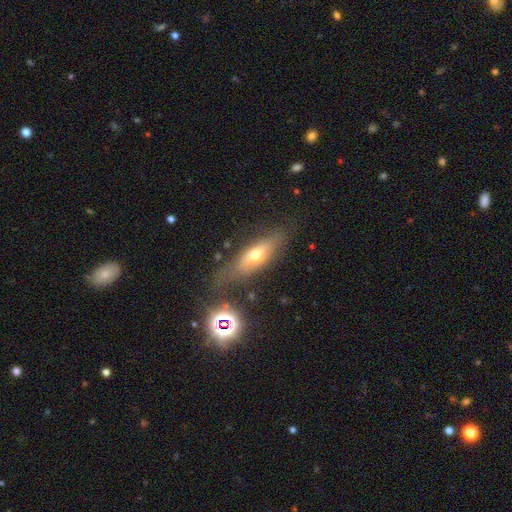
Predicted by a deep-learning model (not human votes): This appears to be a smooth galaxy with no disk features (50%) that is in between round and cigar-shaped (52%). Merging: none (59%).